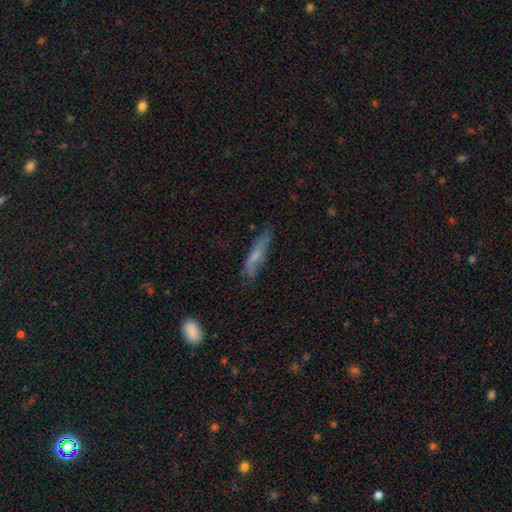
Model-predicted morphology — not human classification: smooth-or-featured: smooth: 54% | featured or disk: 37% | star or artifact: 9%
  how-rounded: cigar-shaped: 77% | in between: 21% | round: 2%
  merging: none: 60% | minor disturbance: 27% | major disturbance: 10% | merger: 3%